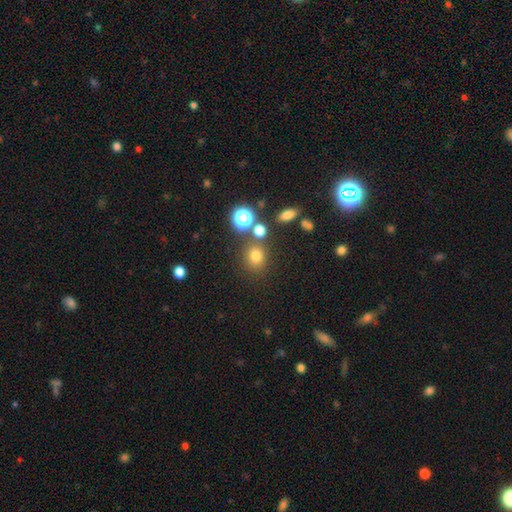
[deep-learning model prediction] A smooth galaxy with no disk features (73%) that is round (79%).

Vote fractions:
- Smooth or featured? smooth: 73% / star or artifact: 20% / featured or disk: 7%
- How rounded? round: 79% / in between: 20% / cigar-shaped: 1%
- Merging? none: 76% / merger: 10% / minor disturbance: 10% / major disturbance: 4%